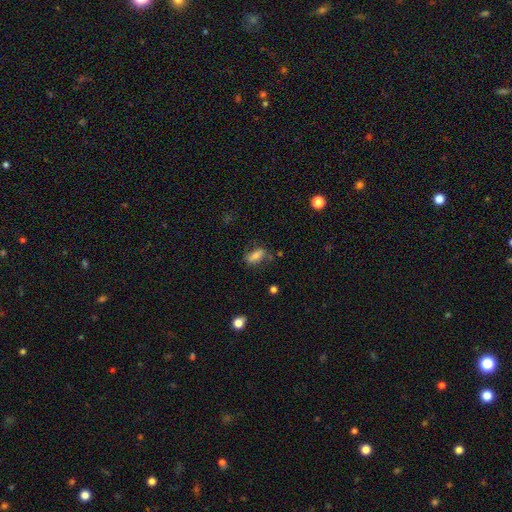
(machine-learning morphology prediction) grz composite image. It shows a smooth galaxy with no disk features (66%) that is in between round and cigar-shaped (80%). Merging: none (63%).